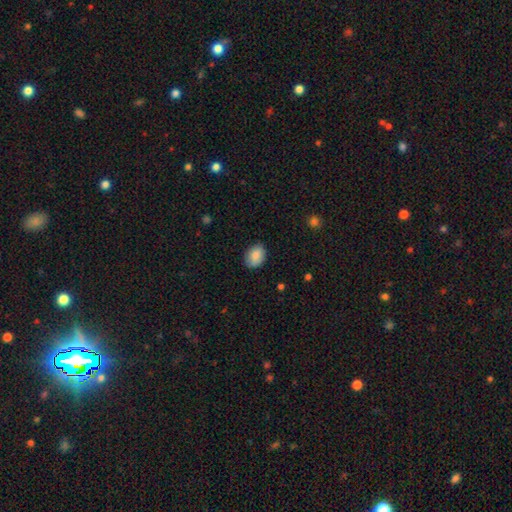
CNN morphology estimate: The model was most divided on "how rounded": in between: 76%, round: 23%, cigar-shaped: 1%. More confident: smooth or featured — smooth (87%); merging — none (79%).